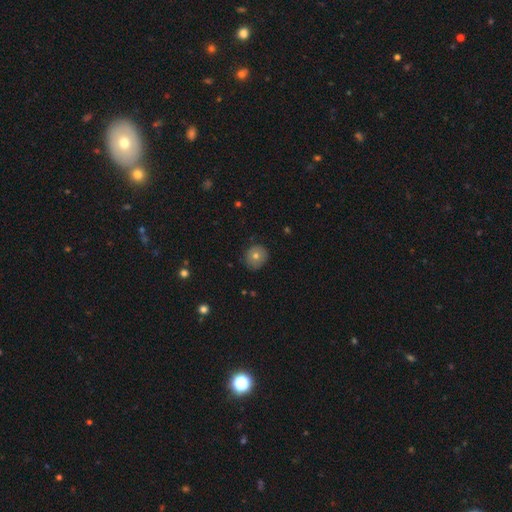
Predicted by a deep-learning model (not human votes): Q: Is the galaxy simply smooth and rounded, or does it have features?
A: smooth — 69%.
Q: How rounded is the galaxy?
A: round — 88%.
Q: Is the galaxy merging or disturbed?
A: none — 84%.